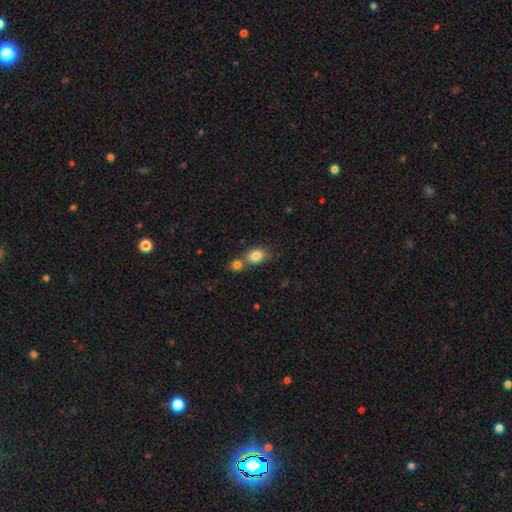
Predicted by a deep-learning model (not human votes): smooth 83%, star or artifact 9%, featured or disk 8%. Down the decision tree: how rounded — in between (67%); merging — none (45%).